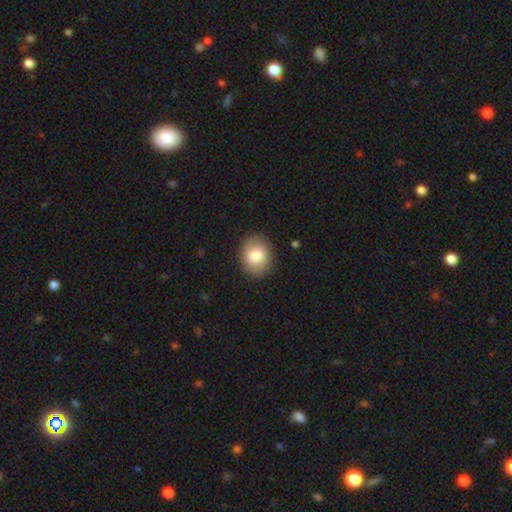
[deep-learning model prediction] Q: Smooth or featured?
A: smooth (83%); runner-up: featured or disk (9%)
Q: How rounded?
A: round (54%); runner-up: in between (45%)
Q: Merging?
A: none (87%); runner-up: minor disturbance (9%)